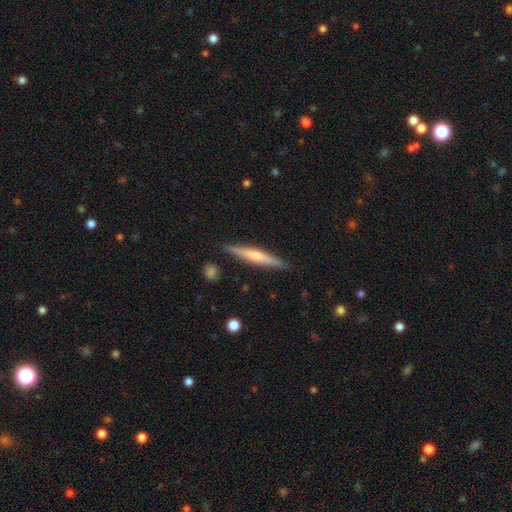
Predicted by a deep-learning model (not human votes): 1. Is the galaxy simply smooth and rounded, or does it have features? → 49% featured or disk, 45% smooth, 6% star or artifact.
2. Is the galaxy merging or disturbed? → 88% none, 9% minor disturbance, 2% major disturbance, 2% merger.